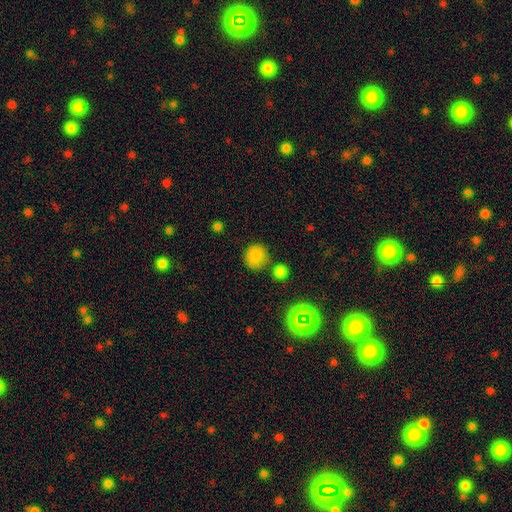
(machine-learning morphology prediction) Q: Smooth or featured?
A: smooth (82%); runner-up: star or artifact (13%)
Q: How rounded?
A: round (89%); runner-up: in between (10%)
Q: Merging?
A: none (75%); runner-up: minor disturbance (12%)